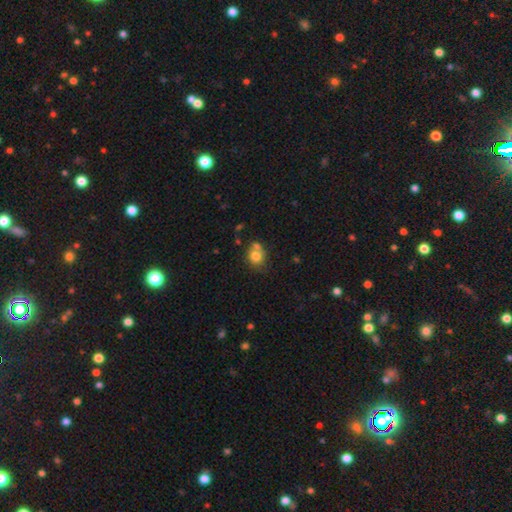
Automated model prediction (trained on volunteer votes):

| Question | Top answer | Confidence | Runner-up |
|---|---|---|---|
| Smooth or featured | smooth | 77% | featured or disk (13%) |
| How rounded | round | 73% | in between (26%) |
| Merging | none | 49% | merger (33%) |